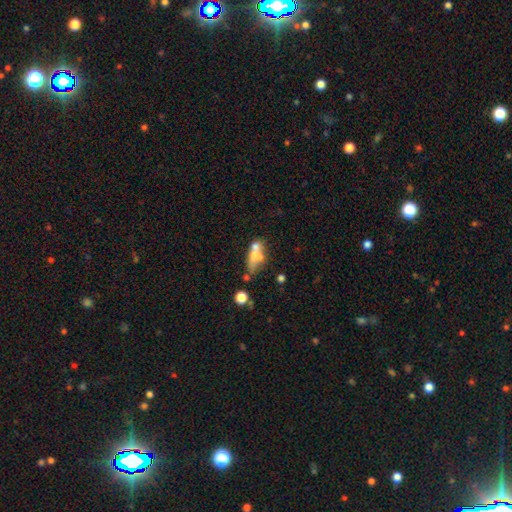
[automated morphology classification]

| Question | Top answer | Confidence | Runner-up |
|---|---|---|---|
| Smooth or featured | smooth | 54% | featured or disk (34%) |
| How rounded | in between | 67% | cigar-shaped (24%) |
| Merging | merger | 40% | none (26%) |